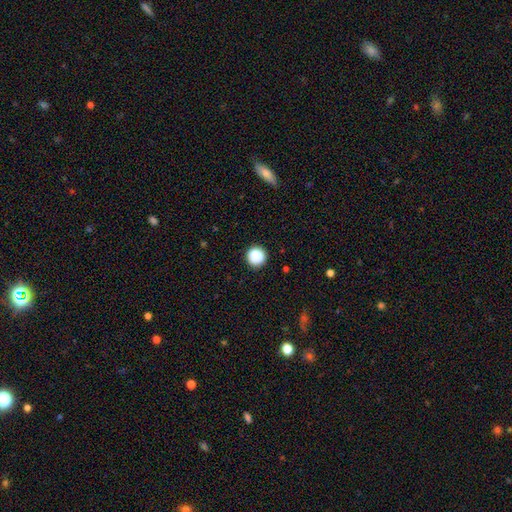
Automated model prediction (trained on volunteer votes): This appears to be a smooth galaxy with no disk features (88%) that is round (96%). Merging: none (91%).